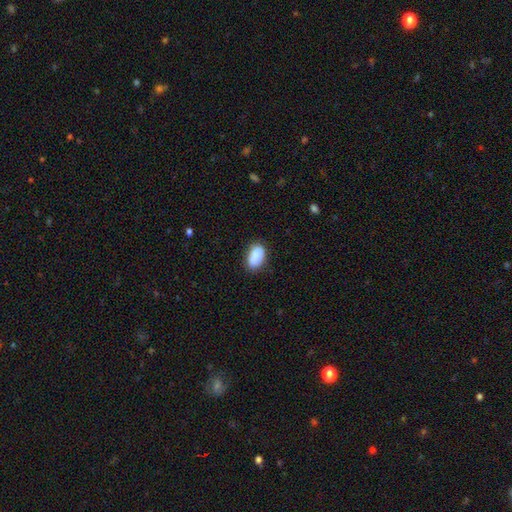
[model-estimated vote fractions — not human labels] smooth_or_featured: smooth (p=0.87) [alt: star or artifact p=0.07]
how_rounded: in between (p=0.93) [alt: round p=0.05]
merging: none (p=0.78) [alt: minor disturbance p=0.17]